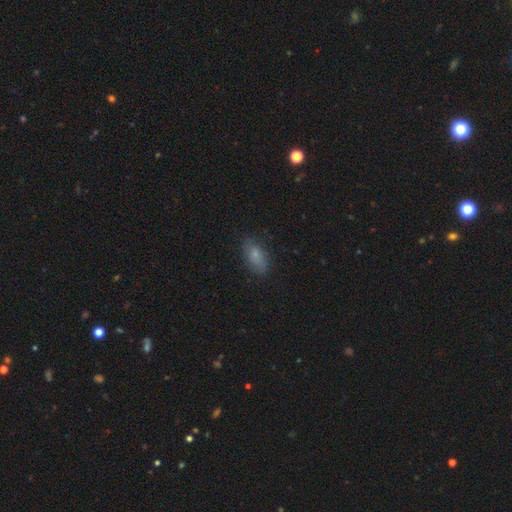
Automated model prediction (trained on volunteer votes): smooth 76%, featured or disk 15%, star or artifact 9%. Down the decision tree: how rounded — in between (88%); merging — none (79%).